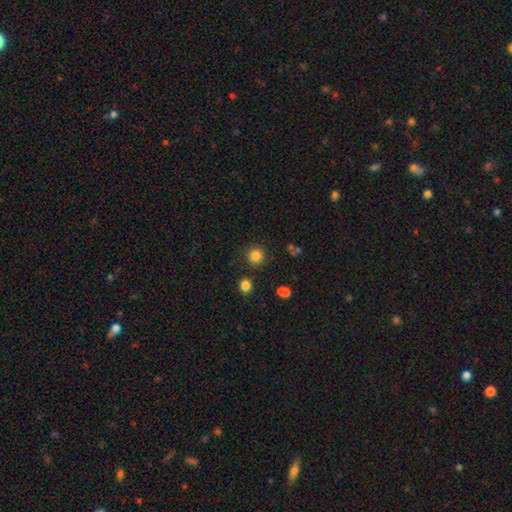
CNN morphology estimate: smooth 83%, star or artifact 12%, featured or disk 5%. Down the decision tree: how rounded — round (93%); merging — none (88%).